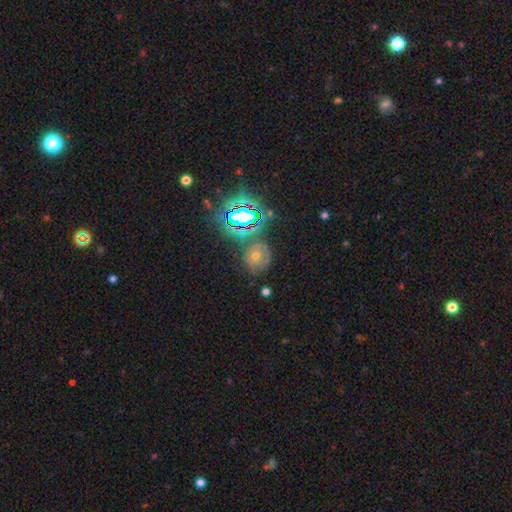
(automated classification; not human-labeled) A star or artifact, not a galaxy (39%).

Vote fractions:
- Smooth or featured? star or artifact: 39% / featured or disk: 33% / smooth: 28%